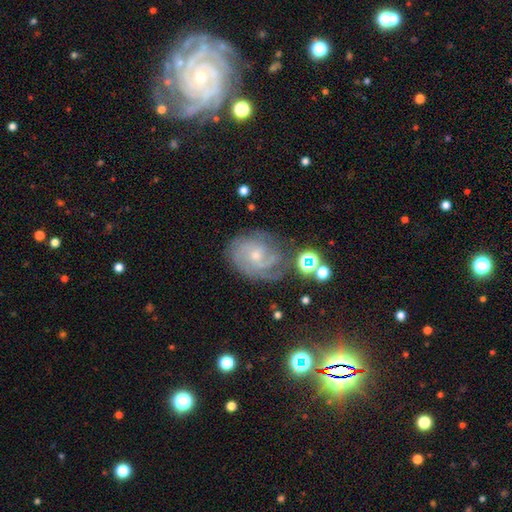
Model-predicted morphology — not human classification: This is likely a featured or disk galaxy (78%). It is clearly not viewed edge-on (97%). Bar: likely no (68%). Spiral arm pattern: clearly yes (94%). Spiral arm count: marginally can't tell (32%). Spiral winding: likely tight (60%). Central bulge: likely small (61%). Merging: likely none (61%).